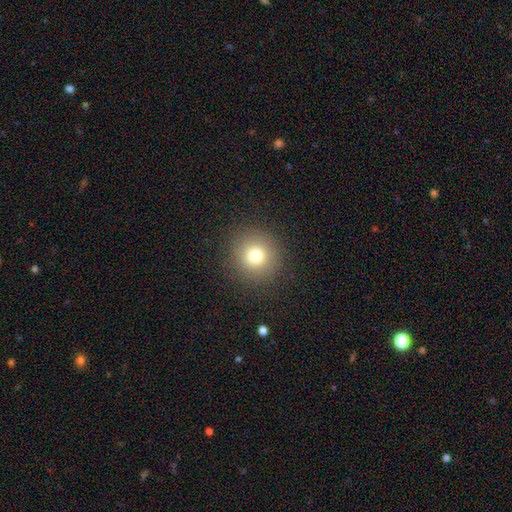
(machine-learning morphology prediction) Smooth or featured? smooth (76%)
How rounded? round (95%)
Merging? none (90%)